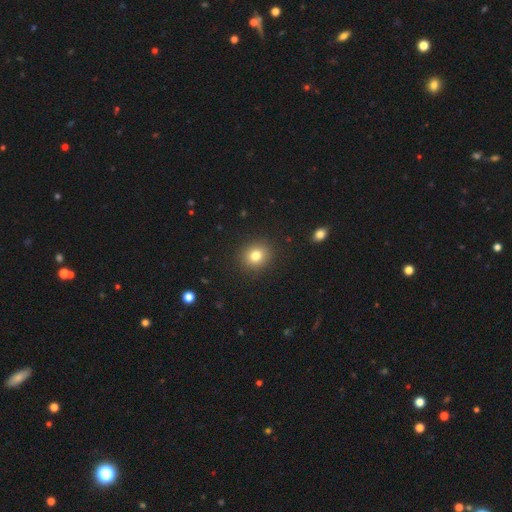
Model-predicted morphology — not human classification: A smooth galaxy with no disk features (80%) that is round (78%). Merging: none (90%).